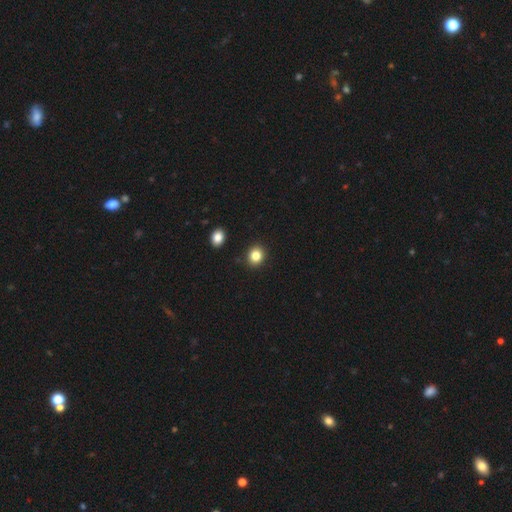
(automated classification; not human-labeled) A smooth galaxy with no disk features (84%) that is round (68%).

Vote fractions:
- Smooth or featured? smooth: 84% / star or artifact: 10% / featured or disk: 5%
- How rounded? round: 68% / in between: 31% / cigar-shaped: 1%
- Merging? none: 89% / minor disturbance: 6% / merger: 2% / major disturbance: 2%